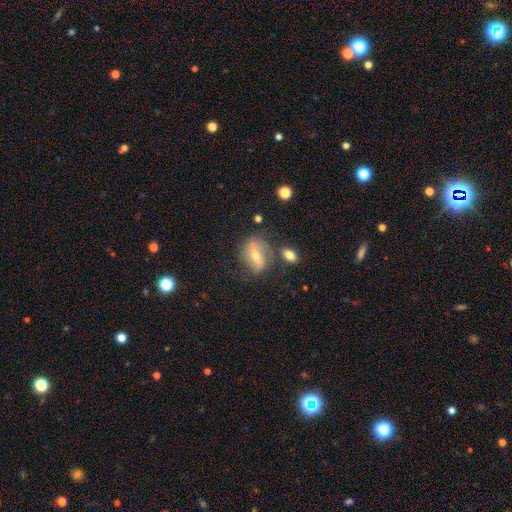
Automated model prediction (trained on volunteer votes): This appears to be a featured or disk galaxy (47%). Merging: none (52%).